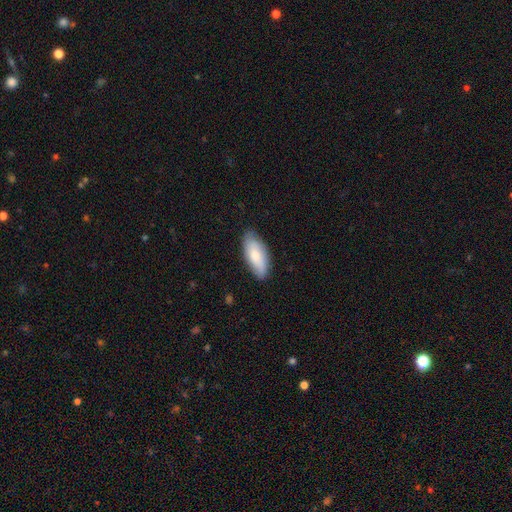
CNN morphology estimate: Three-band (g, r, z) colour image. It shows a smooth galaxy with no disk features (73%) that is in between round and cigar-shaped (83%). Merging: none (80%).